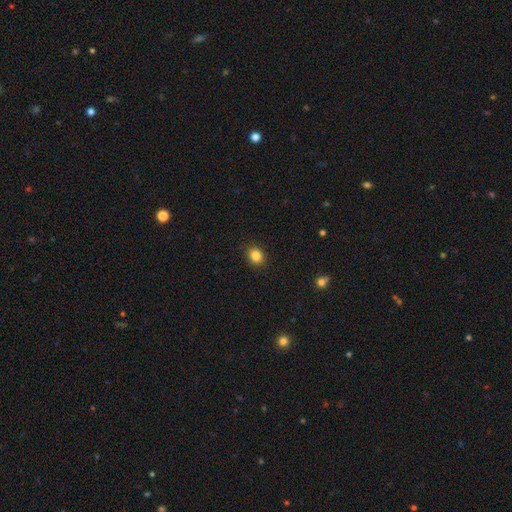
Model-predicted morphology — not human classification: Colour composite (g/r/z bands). It shows a smooth galaxy with no disk features (85%) that is round (57%). Merging: none (90%).